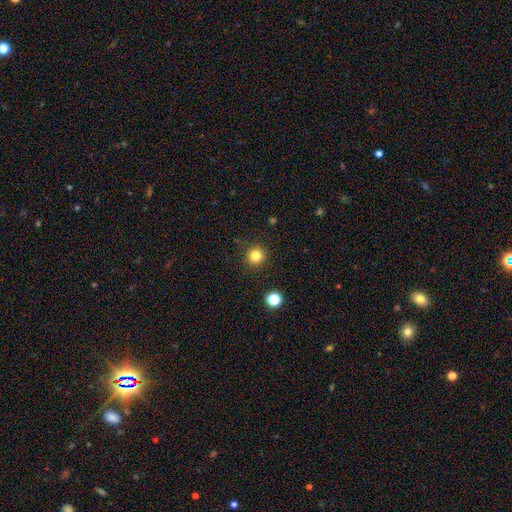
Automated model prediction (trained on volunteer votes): Overall: smooth (82%). How rounded: round (94%). Merging: none (90%).